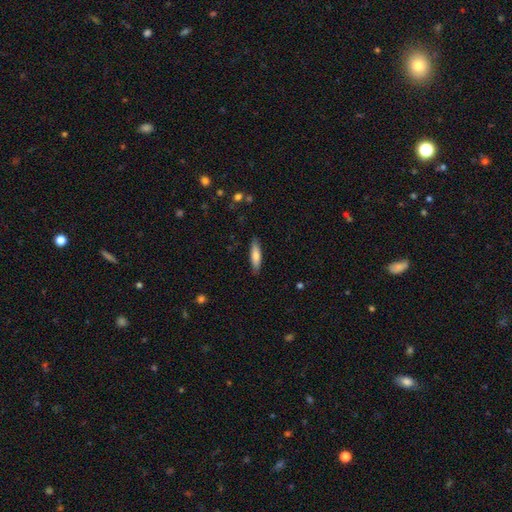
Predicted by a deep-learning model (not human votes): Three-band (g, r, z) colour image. It shows a smooth galaxy with no disk features (76%) that is cigar-shaped (69%). Merging: none (87%).